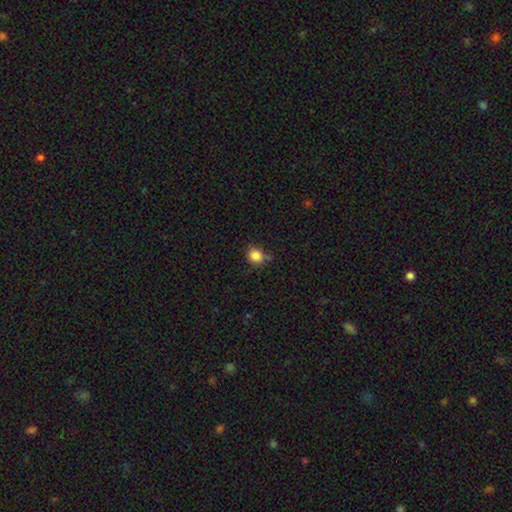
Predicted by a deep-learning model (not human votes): Overall: smooth (85%). How rounded: round (81%). Merging: none (65%; minor disturbance 26%).